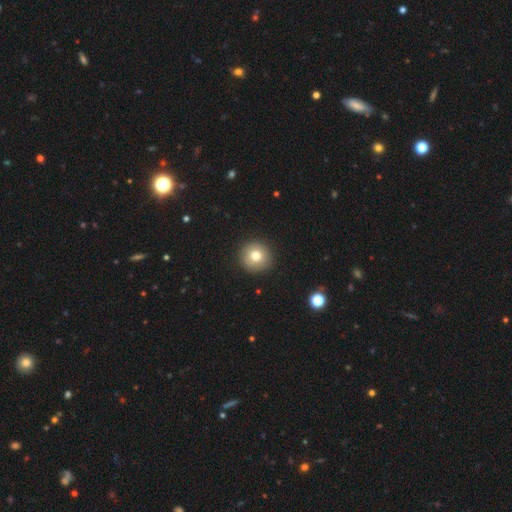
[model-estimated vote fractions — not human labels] smooth 78%, featured or disk 12%, star or artifact 11%. Down the decision tree: how rounded — round (94%); merging — none (91%).